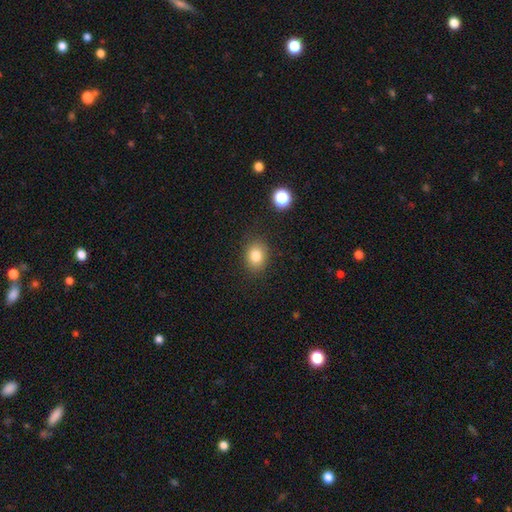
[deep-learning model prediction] smooth_or_featured: smooth (p=0.81) [alt: star or artifact p=0.11]
how_rounded: round (p=0.54) [alt: in between p=0.45]
merging: none (p=0.85) [alt: minor disturbance p=0.10]